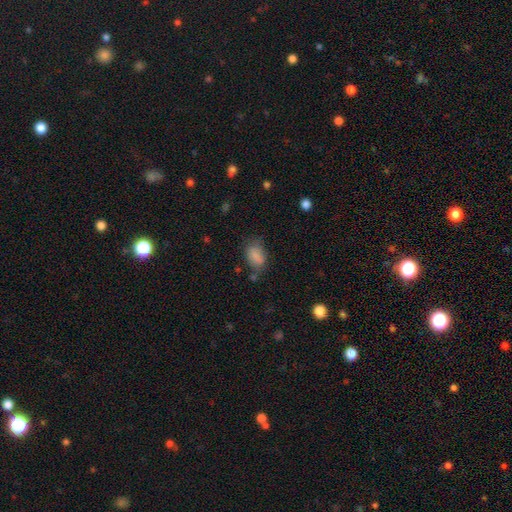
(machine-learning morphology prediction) This is clearly a smooth galaxy (83%). How rounded: clearly in between (81%). Merging: likely none (62%).